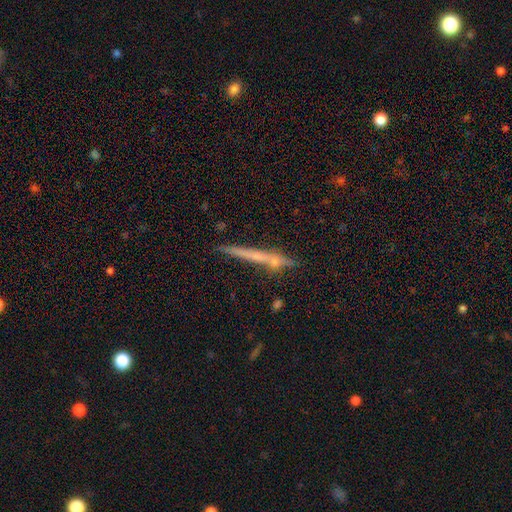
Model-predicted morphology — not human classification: Smooth or featured?
  - featured or disk: 48% *
  - smooth: 43%
  - star or artifact: 9%
Merging?
  - none: 77% *
  - minor disturbance: 13%
  - merger: 7%
  - major disturbance: 3%